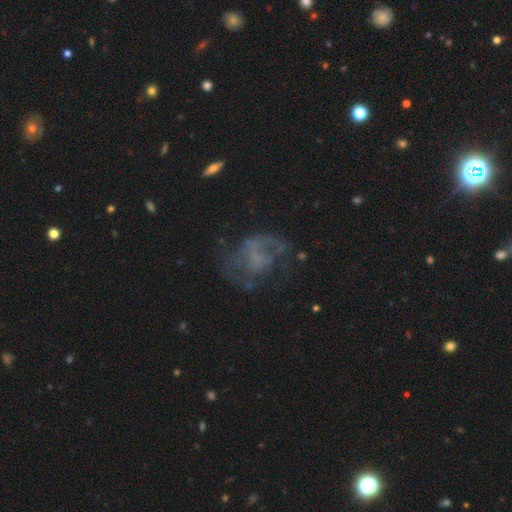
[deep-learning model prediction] Smooth or featured?
  - featured or disk: 62% *
  - smooth: 22%
  - star or artifact: 15%
Edge-on disk?
  - no: 97% *
  - yes: 3%
Bar?
  - no: 68% *
  - weak: 25%
  - strong: 7%
Spiral arms?
  - yes: 56% *
  - no: 44%
Bulge size?
  - none: 69% *
  - small: 15%
  - moderate: 10%
  - large: 5%
  - dominant: 1%
Merging?
  - none: 45% *
  - major disturbance: 33%
  - minor disturbance: 19%
  - merger: 3%